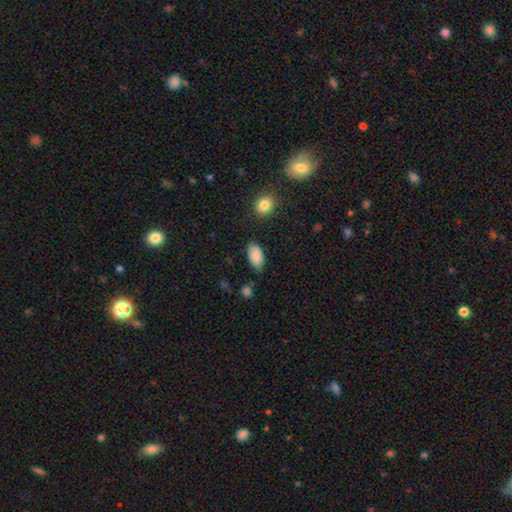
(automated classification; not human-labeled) This appears to be a smooth galaxy with no disk features (88%) that is in between round and cigar-shaped (94%). Merging: none (75%).